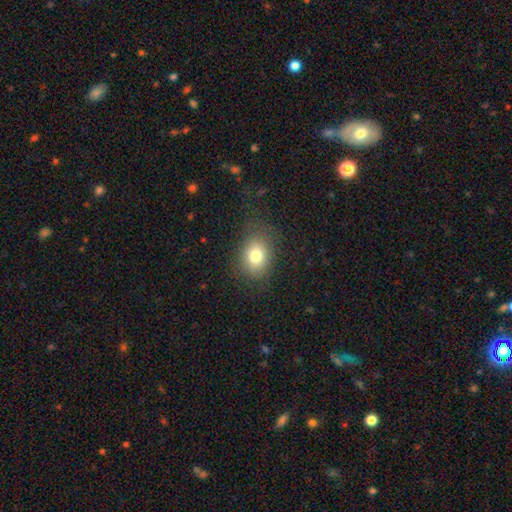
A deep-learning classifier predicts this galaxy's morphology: The model was most divided on "how rounded": in between: 59%, round: 40%, cigar-shaped: 1%. More confident: smooth or featured — smooth (77%); merging — none (76%).